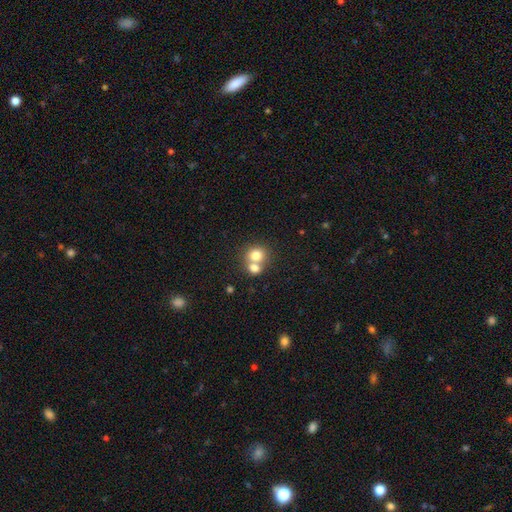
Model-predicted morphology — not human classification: Smooth or featured? Predicted: smooth (p=0.76). How rounded? Predicted: round (p=0.75). Merging? Predicted: merger (p=0.56).